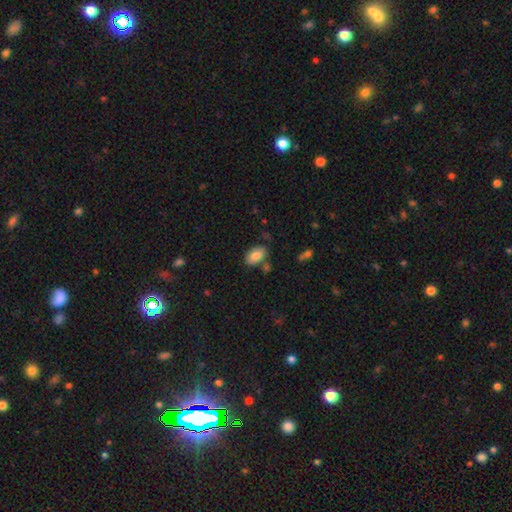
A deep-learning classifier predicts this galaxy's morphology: A smooth galaxy with no disk features (80%) that is in between round and cigar-shaped (93%).

Vote fractions:
- Smooth or featured? smooth: 80% / featured or disk: 12% / star or artifact: 7%
- How rounded? in between: 93% / round: 5% / cigar-shaped: 2%
- Merging? none: 75% / minor disturbance: 15% / merger: 7% / major disturbance: 3%